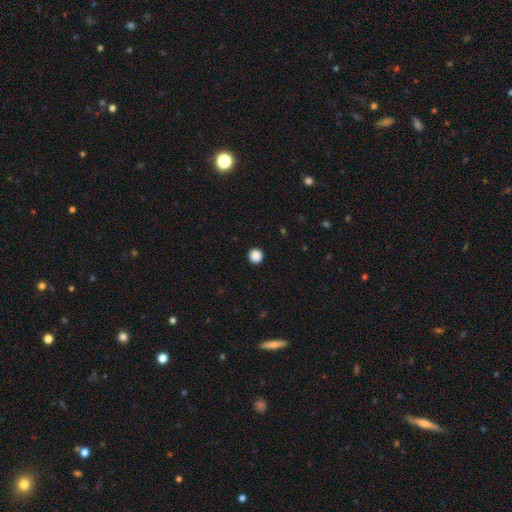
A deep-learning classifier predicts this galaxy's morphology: smooth-or-featured: smooth: 89% | star or artifact: 9% | featured or disk: 2%
  how-rounded: round: 95% | in between: 4% | cigar-shaped: 1%
  merging: none: 93% | minor disturbance: 4% | major disturbance: 2% | merger: 1%